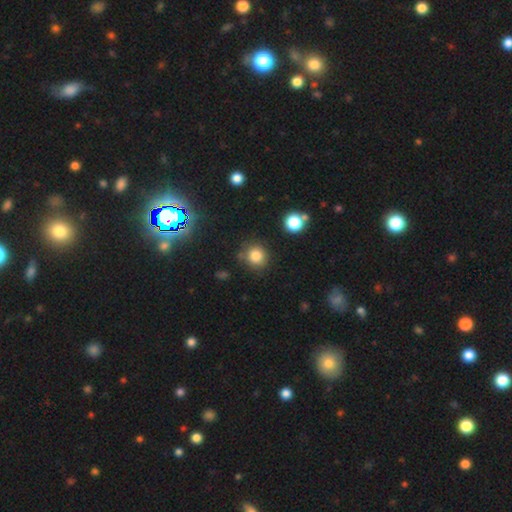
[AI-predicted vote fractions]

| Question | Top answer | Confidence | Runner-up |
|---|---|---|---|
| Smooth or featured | smooth | 80% | star or artifact (14%) |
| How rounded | round | 90% | in between (9%) |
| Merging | none | 80% | minor disturbance (11%) |